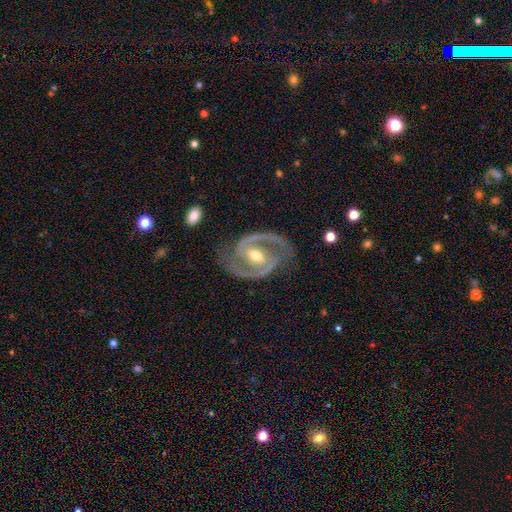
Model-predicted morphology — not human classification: The model was most divided on "bar": weak: 44%, strong: 30%, no: 26%. More confident: spiral arms — yes (98%); edge-on disk — no (98%); spiral arm count — 2 (93%); smooth or featured — featured or disk (93%); merging — none (79%); bulge size — moderate (73%); spiral winding — medium (57%).